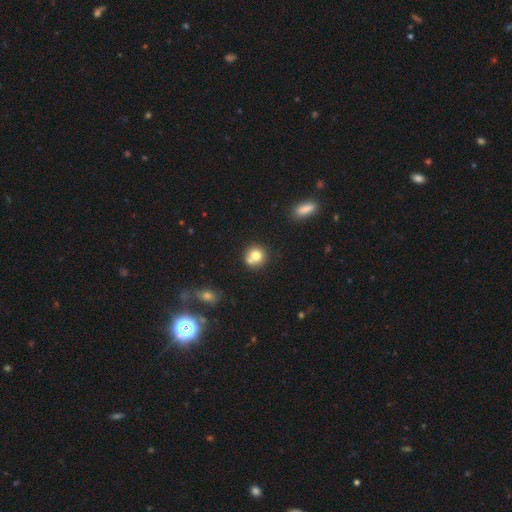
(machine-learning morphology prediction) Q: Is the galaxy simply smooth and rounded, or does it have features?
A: smooth — 74%.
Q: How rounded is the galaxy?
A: round — 88%.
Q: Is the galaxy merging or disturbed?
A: none — 53%.